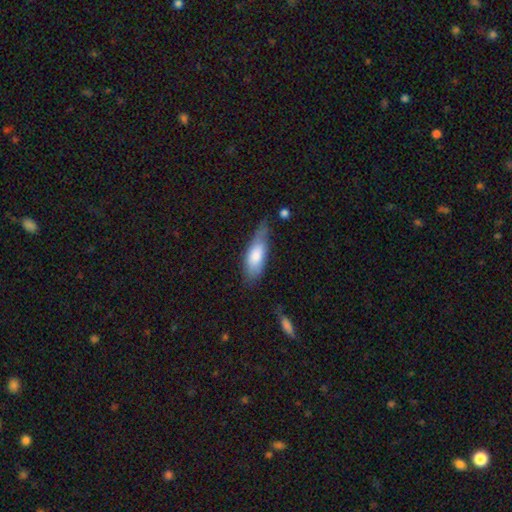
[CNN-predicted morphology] Smooth or featured? Predicted: smooth (p=0.72). How rounded? Predicted: in between (p=0.61). Merging? Predicted: none (p=0.51).